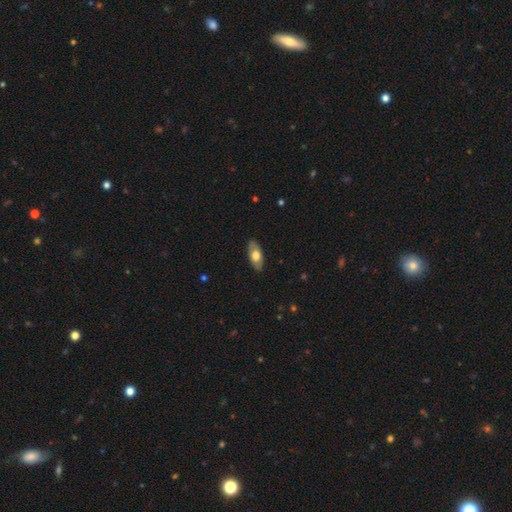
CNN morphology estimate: This appears to be a smooth galaxy with no disk features (63%) that is in between round and cigar-shaped (89%). Merging: none (87%).